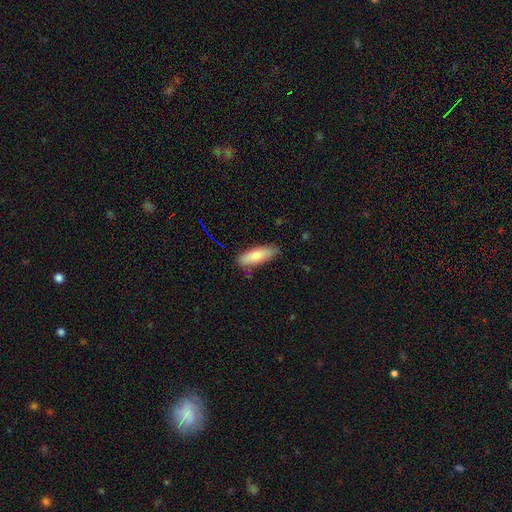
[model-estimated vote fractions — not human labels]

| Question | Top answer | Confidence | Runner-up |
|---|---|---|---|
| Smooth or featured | smooth | 82% | featured or disk (12%) |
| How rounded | in between | 56% | cigar-shaped (42%) |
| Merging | none | 77% | minor disturbance (18%) |